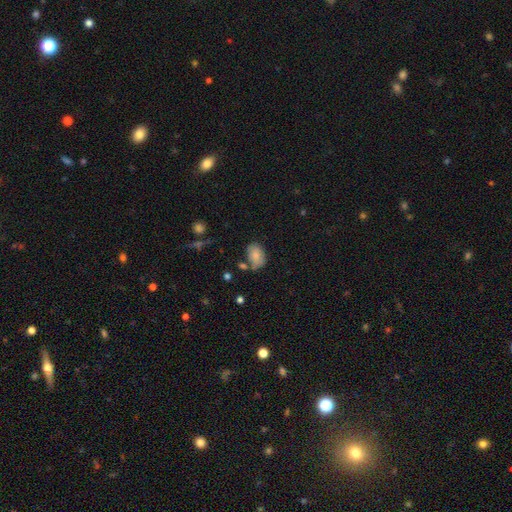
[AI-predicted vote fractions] This is clearly a smooth galaxy (80%). How rounded: clearly in between (83%). Merging: possibly none (56%).